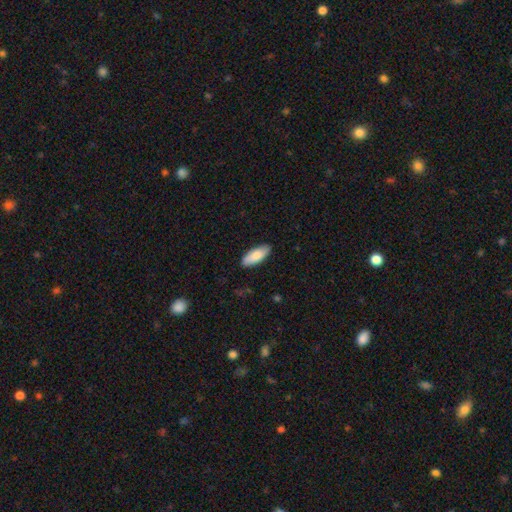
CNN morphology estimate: Smooth or featured? Predicted: smooth (p=0.81). How rounded? Predicted: in between (p=0.78). Merging? Predicted: none (p=0.87).